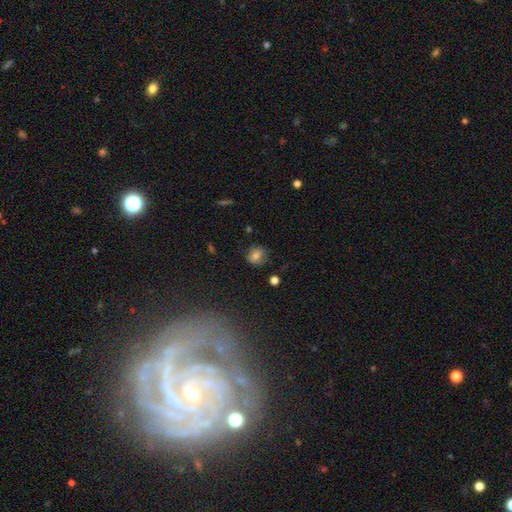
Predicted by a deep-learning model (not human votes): smooth-or-featured: smooth: 70% | featured or disk: 17% | star or artifact: 13%
  how-rounded: round: 64% | in between: 35% | cigar-shaped: 1%
  merging: none: 70% | minor disturbance: 22% | major disturbance: 6% | merger: 2%